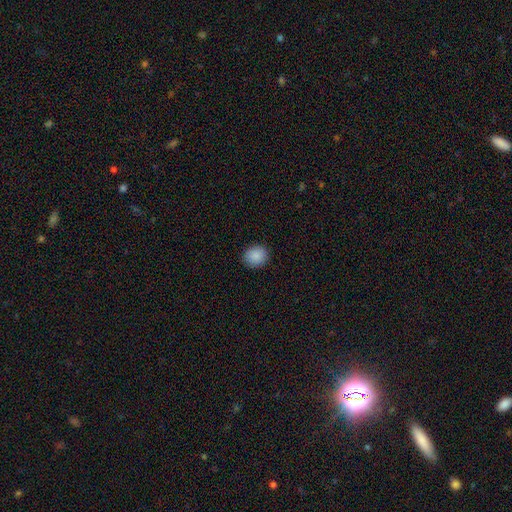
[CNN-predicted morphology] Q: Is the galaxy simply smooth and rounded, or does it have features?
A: smooth — 89%.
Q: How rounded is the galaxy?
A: round — 77%.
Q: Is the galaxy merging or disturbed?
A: none — 91%.